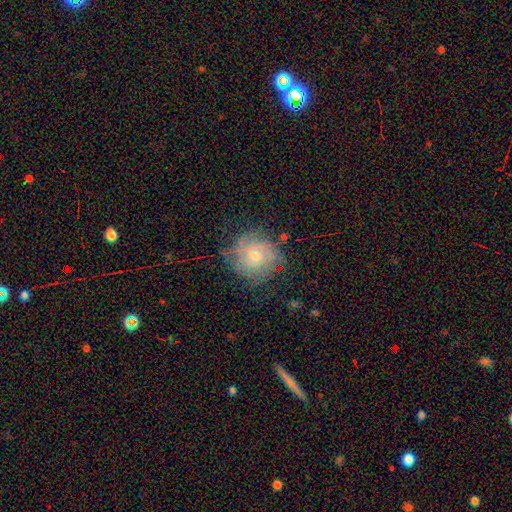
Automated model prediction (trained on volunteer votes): smooth-or-featured: featured or disk: 66% | smooth: 24% | star or artifact: 11%
  disk-edge-on: no: 97% | yes: 3%
    bar: no: 78% | weak: 19% | strong: 3%
    has-spiral-arms: yes: 89% | no: 11%
      spiral-winding: tight: 68% | medium: 25% | loose: 7%
      spiral-arm-count: can't tell: 43% | 2: 18% | 3: 18% | 4: 9% | 1: 5% | more than 4: 5%
    bulge-size: moderate: 48% | small: 46% | large: 3% | none: 2% | dominant: 1%
  merging: none: 75% | minor disturbance: 17% | major disturbance: 7% | merger: 1%